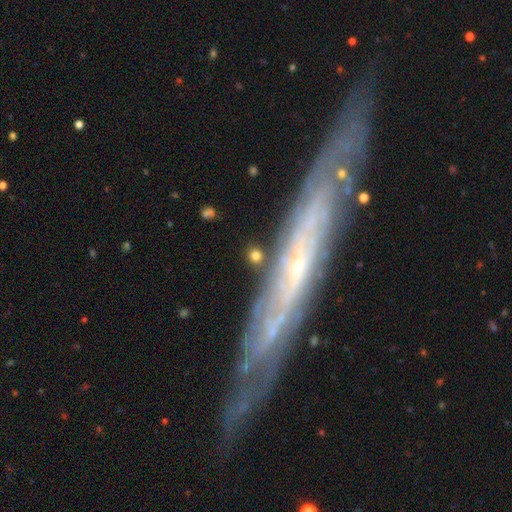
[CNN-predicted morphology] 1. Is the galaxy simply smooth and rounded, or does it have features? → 61% smooth, 27% featured or disk, 12% star or artifact.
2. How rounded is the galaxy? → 54% round, 33% in between, 13% cigar-shaped.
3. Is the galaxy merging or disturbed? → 78% none, 12% minor disturbance, 5% merger, 5% major disturbance.